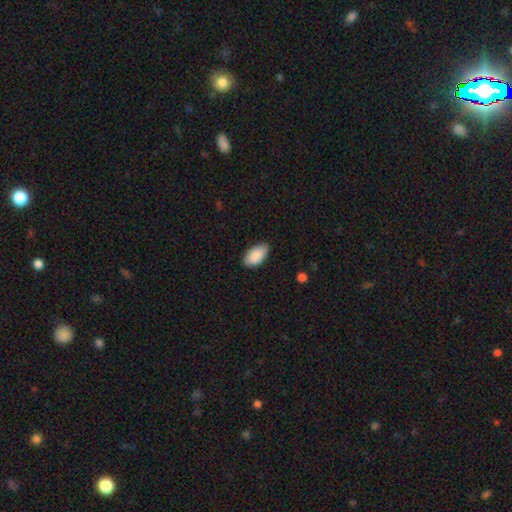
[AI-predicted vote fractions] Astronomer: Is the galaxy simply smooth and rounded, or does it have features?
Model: smooth — 89%.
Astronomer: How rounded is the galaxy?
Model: in between — 95%.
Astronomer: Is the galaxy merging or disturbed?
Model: none — 84%.